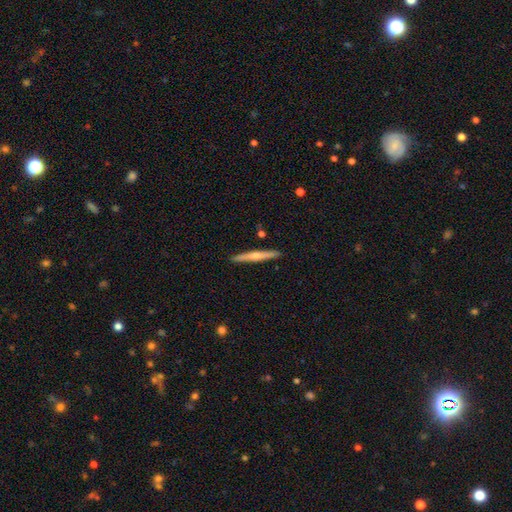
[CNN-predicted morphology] smooth-or-featured: featured or disk: 66% | smooth: 28% | star or artifact: 6%
  disk-edge-on: yes: 97% | no: 3%
    edge-on-bulge: rounded: 79% | none: 17% | boxy: 4%
  merging: none: 91% | minor disturbance: 6% | merger: 1% | major disturbance: 1%